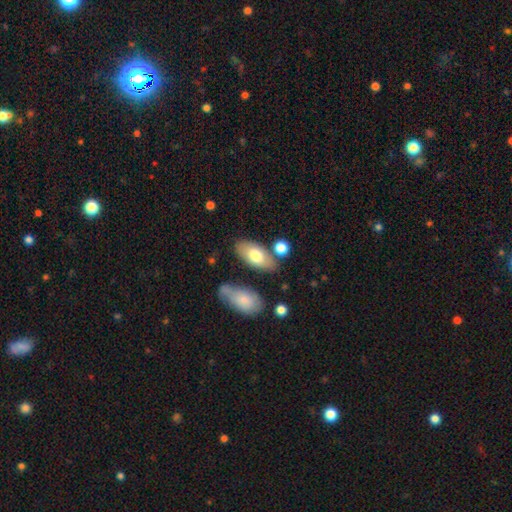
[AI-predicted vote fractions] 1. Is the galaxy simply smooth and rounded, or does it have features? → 72% smooth, 22% featured or disk, 6% star or artifact.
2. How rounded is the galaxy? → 90% in between, 7% cigar-shaped, 3% round.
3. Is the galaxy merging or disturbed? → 72% none, 14% minor disturbance, 10% merger, 4% major disturbance.